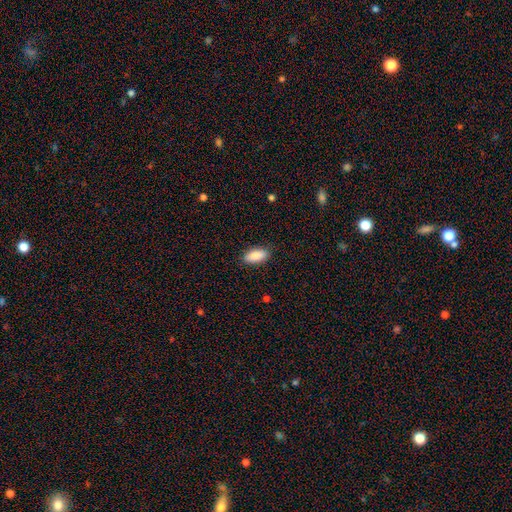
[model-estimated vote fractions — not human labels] Morphology: type=smooth (86%); roundness=in between (89%); merging=none (88%).